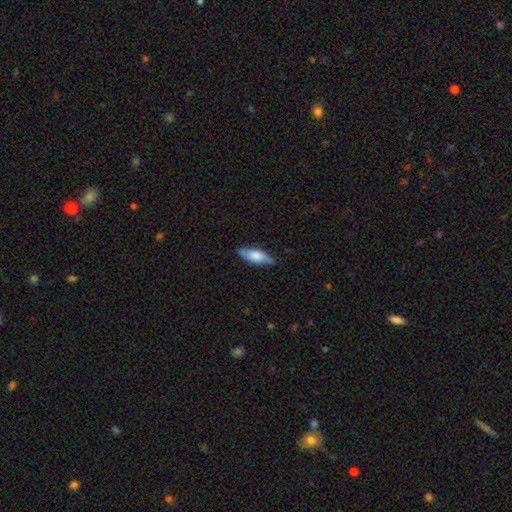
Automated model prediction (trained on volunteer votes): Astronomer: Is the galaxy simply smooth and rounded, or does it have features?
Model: smooth — 68%.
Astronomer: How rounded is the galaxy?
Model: in between — 62%.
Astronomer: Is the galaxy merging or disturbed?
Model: none — 82%.